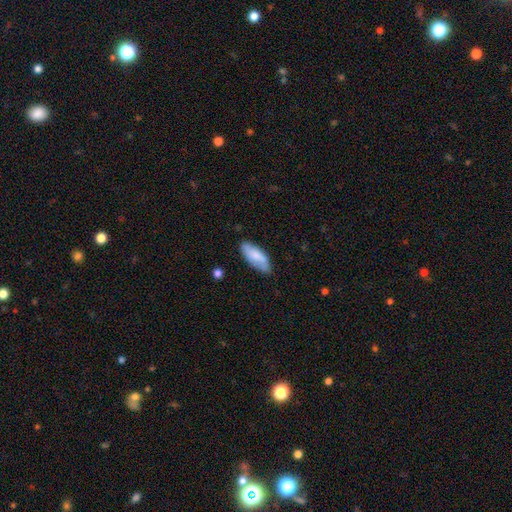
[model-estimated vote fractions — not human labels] A smooth galaxy with no disk features (73%) that is in between round and cigar-shaped (81%). Merging: none (76%).